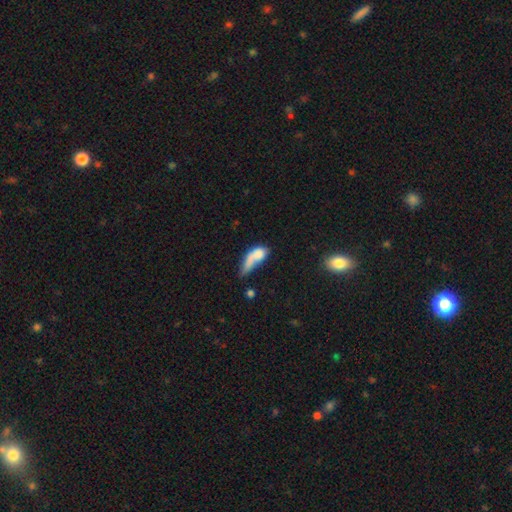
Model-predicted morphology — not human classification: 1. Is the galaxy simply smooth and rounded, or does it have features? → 67% smooth, 24% featured or disk, 9% star or artifact.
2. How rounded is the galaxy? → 68% in between, 24% cigar-shaped, 8% round.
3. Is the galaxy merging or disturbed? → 32% major disturbance, 25% merger, 22% none, 21% minor disturbance.